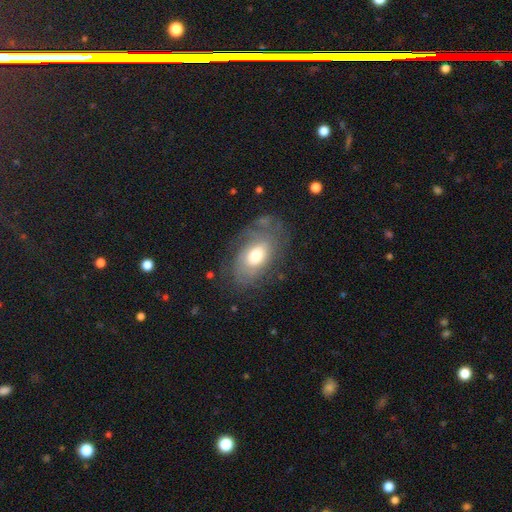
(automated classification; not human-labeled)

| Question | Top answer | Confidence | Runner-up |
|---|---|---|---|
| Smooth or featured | featured or disk | 55% | smooth (37%) |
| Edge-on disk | no | 93% | yes (7%) |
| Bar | no | 76% | weak (20%) |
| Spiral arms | yes | 71% | no (29%) |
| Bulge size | moderate | 53% | large (35%) |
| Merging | none | 65% | minor disturbance (22%) |